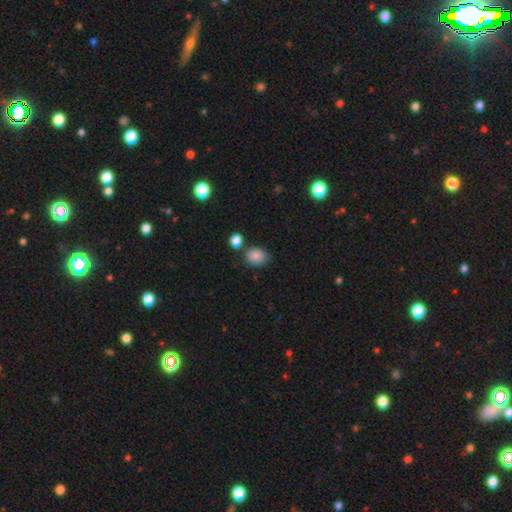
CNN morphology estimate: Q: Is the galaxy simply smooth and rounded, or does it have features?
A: smooth — 85%.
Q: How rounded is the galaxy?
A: in between — 61%.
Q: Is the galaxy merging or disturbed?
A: none — 70%.